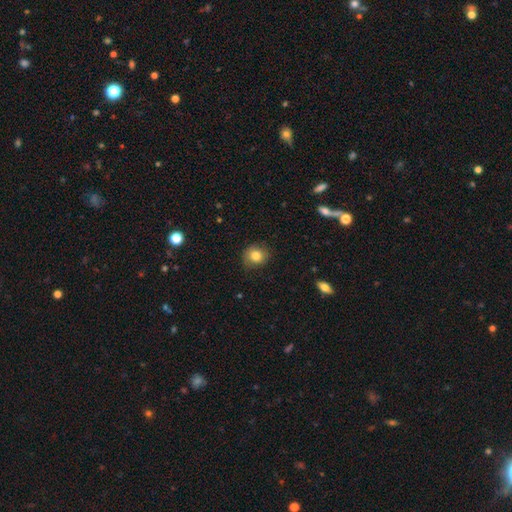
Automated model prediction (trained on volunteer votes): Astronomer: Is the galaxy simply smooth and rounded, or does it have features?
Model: smooth — 81%.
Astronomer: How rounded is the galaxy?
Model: round — 81%.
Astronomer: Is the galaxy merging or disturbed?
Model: none — 80%.